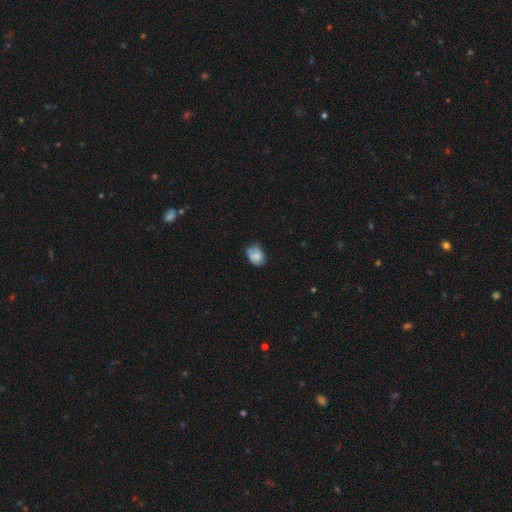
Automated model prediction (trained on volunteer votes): Smooth or featured: smooth — 68% (featured or disk — 23%)
How rounded: in between — 66% (round — 33%)
Merging: none — 47% (minor disturbance — 36%)